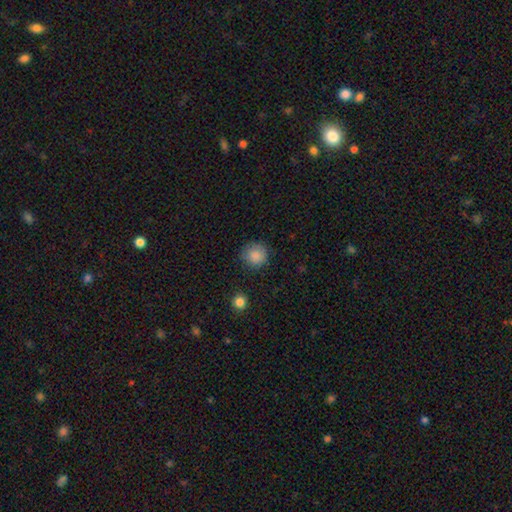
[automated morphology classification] type=smooth (87%); roundness=round (91%); merging=none (82%).